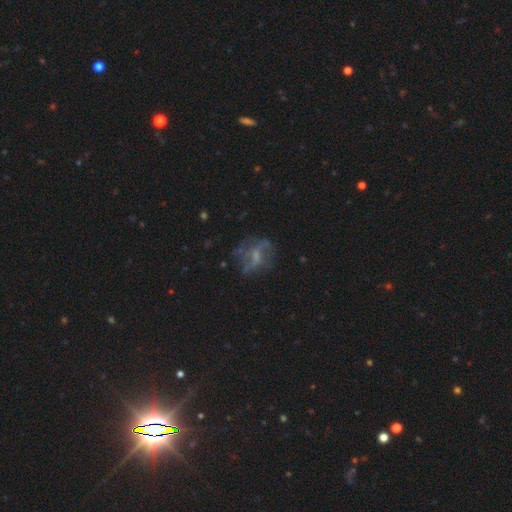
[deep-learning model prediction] Morphology: type=featured or disk (57%); edge-on=no (96%); bar=no (46%); spiral arms=no (51%); bulge=small (39%); merging=none (56%).